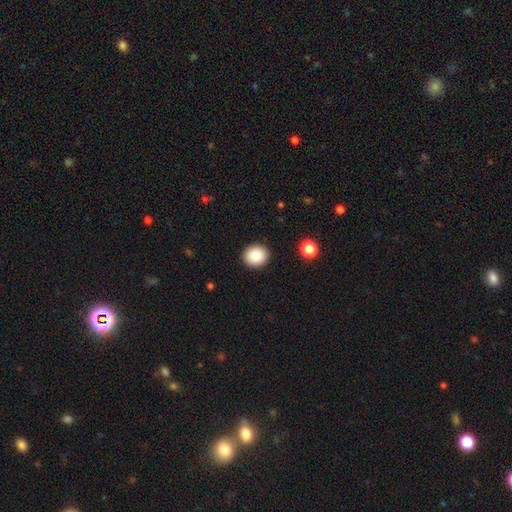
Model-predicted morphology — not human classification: smooth_or_featured: smooth (p=0.85) [alt: star or artifact p=0.09]
how_rounded: round (p=0.76) [alt: in between p=0.23]
merging: none (p=0.91) [alt: minor disturbance p=0.06]